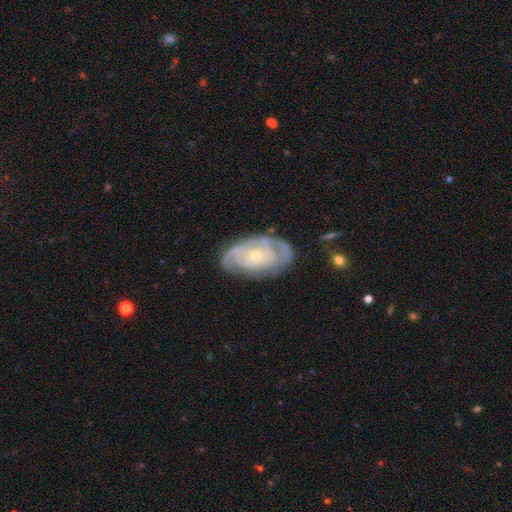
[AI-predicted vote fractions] Smooth or featured: featured or disk — 76% (smooth — 19%)
Edge-on disk: no — 95% (yes — 5%)
Bar: no — 81% (weak — 15%)
Spiral arms: yes — 80% (no — 20%)
Spiral winding: tight — 64% (medium — 26%)
Spiral arm count: can't tell — 45% (2 — 29%)
Bulge size: small — 69% (moderate — 27%)
Merging: none — 66% (minor disturbance — 22%)